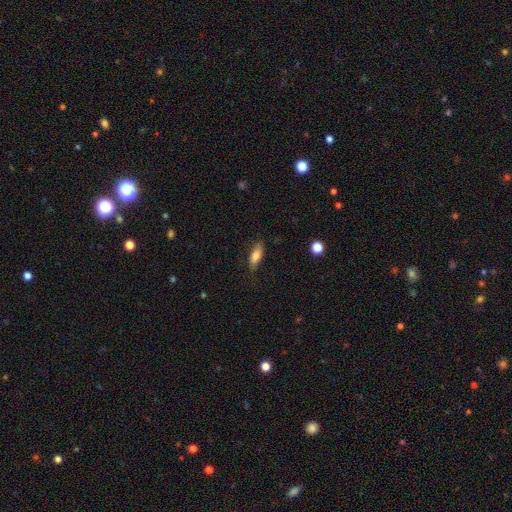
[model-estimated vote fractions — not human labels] Smooth or featured: smooth — 79% (featured or disk — 14%)
How rounded: in between — 64% (cigar-shaped — 33%)
Merging: none — 78% (minor disturbance — 17%)